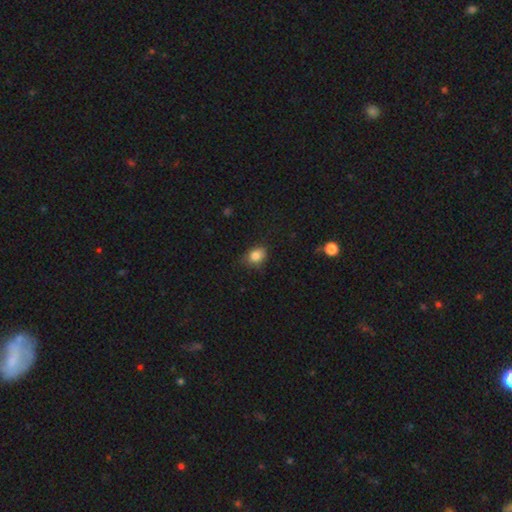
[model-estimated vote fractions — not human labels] Smooth or featured?
  - smooth: 84% *
  - star or artifact: 10%
  - featured or disk: 6%
How rounded?
  - in between: 52% *
  - round: 47%
  - cigar-shaped: 1%
Merging?
  - none: 71% *
  - minor disturbance: 23%
  - major disturbance: 5%
  - merger: 1%